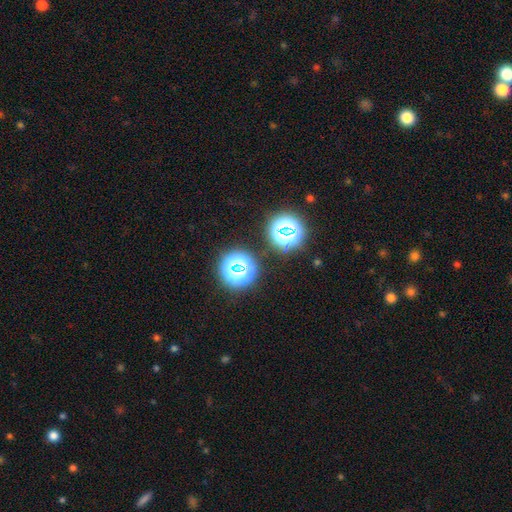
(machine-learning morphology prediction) Overall: star or artifact (75%).